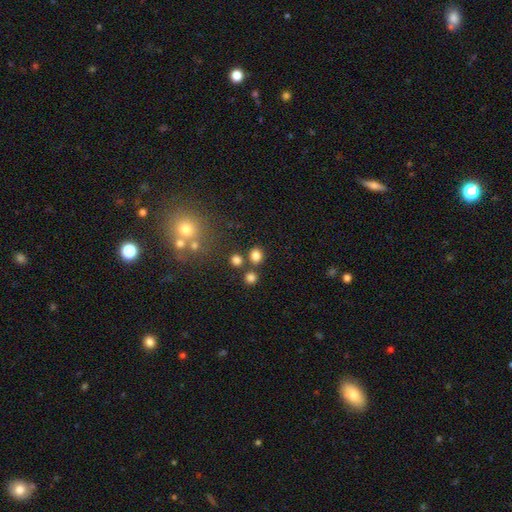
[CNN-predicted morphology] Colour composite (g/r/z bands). It shows a smooth galaxy with no disk features (79%) that is round (74%). Merging: none (76%).